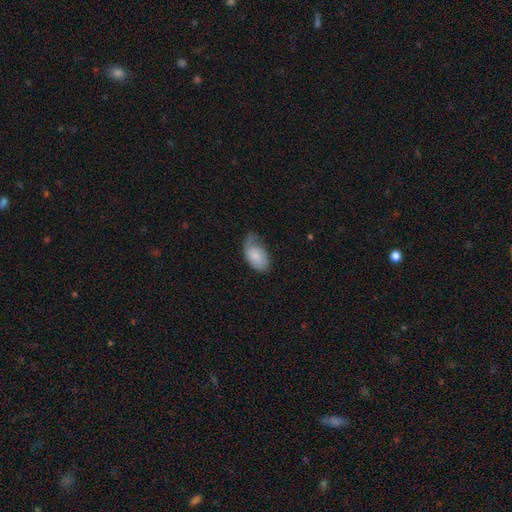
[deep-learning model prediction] Smooth or featured? smooth (71%)
How rounded? in between (93%)
Merging? minor disturbance (40%)